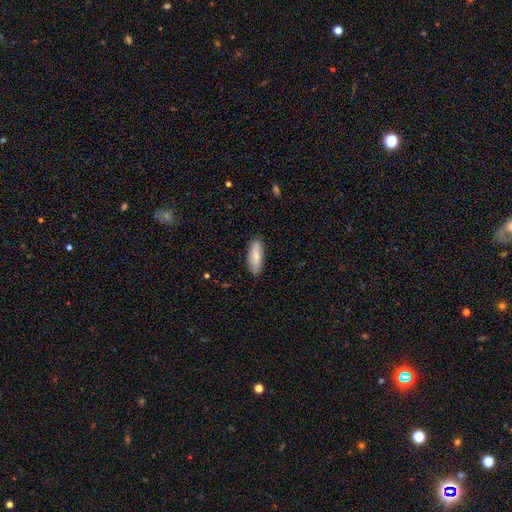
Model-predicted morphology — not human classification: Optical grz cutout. It shows a smooth galaxy with no disk features (76%) that is in between round and cigar-shaped (69%). Merging: none (84%).